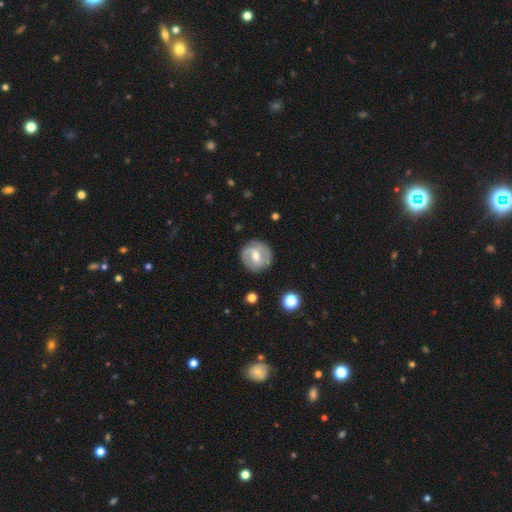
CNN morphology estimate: Q: Smooth or featured?
A: featured or disk (67%); runner-up: smooth (27%)
Q: Edge-on disk?
A: no (97%); runner-up: yes (3%)
Q: Bar?
A: weak (52%); runner-up: strong (27%)
Q: Spiral arms?
A: yes (78%); runner-up: no (22%)
Q: Spiral winding?
A: medium (43%); runner-up: tight (37%)
Q: Spiral arm count?
A: 2 (79%); runner-up: can't tell (12%)
Q: Bulge size?
A: moderate (70%); runner-up: small (23%)
Q: Merging?
A: none (83%); runner-up: minor disturbance (12%)